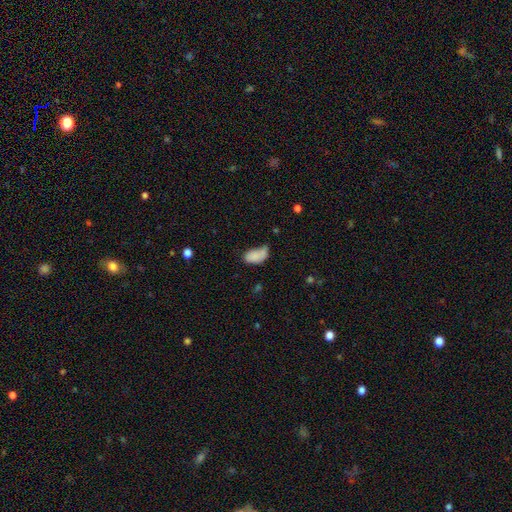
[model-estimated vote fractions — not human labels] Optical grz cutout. It shows a smooth galaxy with no disk features (82%) that is in between round and cigar-shaped (92%). Merging: minor disturbance (36%).